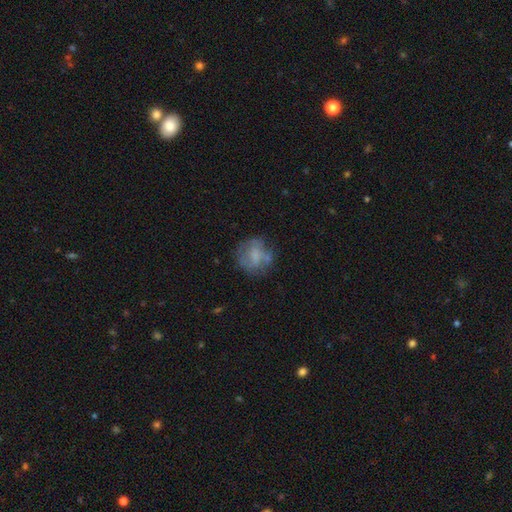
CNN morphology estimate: A smooth galaxy with no disk features (53%) that is round (78%). Merging: none (54%).